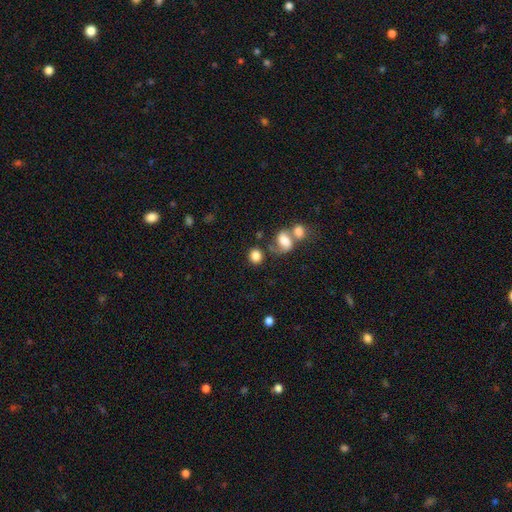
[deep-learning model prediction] Q: Smooth or featured?
A: smooth (78%); runner-up: featured or disk (12%)
Q: How rounded?
A: round (72%); runner-up: in between (27%)
Q: Merging?
A: none (50%); runner-up: merger (28%)